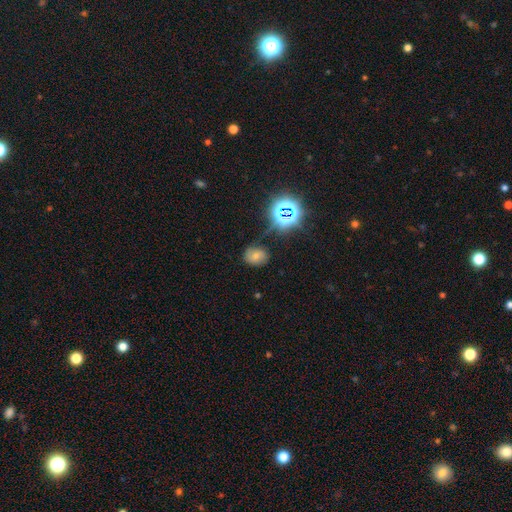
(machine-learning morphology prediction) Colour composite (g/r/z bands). It shows a smooth galaxy with no disk features (55%) that is in between round and cigar-shaped (53%). Merging: none (68%).